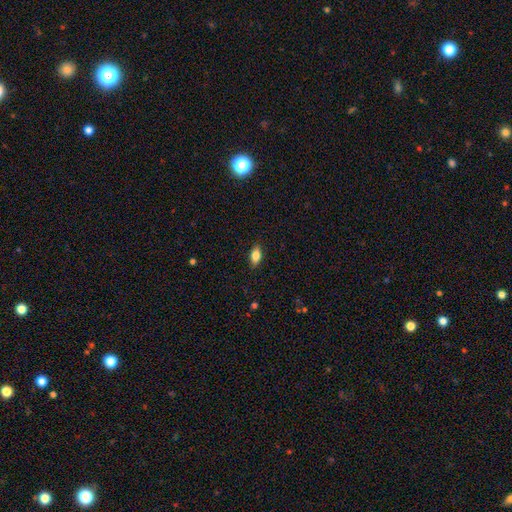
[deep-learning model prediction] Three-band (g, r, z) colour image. It shows a smooth galaxy with no disk features (81%) that is in between round and cigar-shaped (87%). Merging: none (87%).